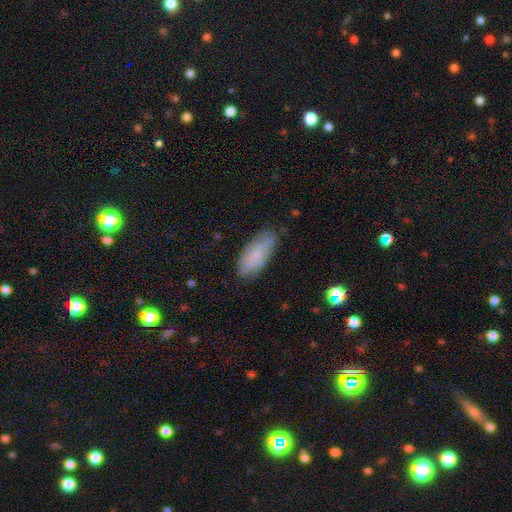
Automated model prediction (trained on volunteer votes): Q: Smooth or featured?
A: smooth (73%); runner-up: featured or disk (20%)
Q: How rounded?
A: in between (83%); runner-up: cigar-shaped (15%)
Q: Merging?
A: none (78%); runner-up: minor disturbance (18%)